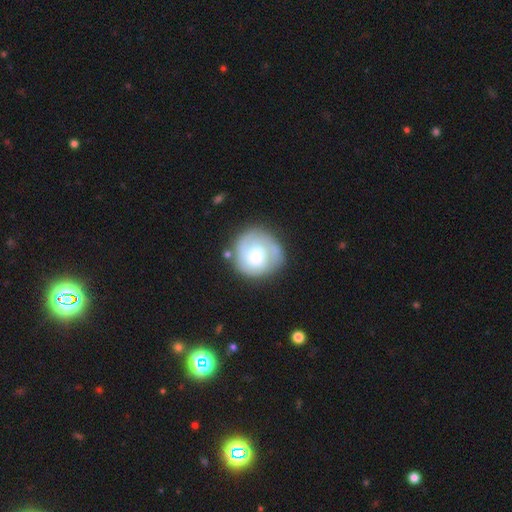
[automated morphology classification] smooth_or_featured: featured or disk (p=0.53) [alt: smooth p=0.40]
disk_edge_on: no (p=0.98) [alt: yes p=0.02]
bar: no (p=0.75) [alt: weak p=0.20]
has_spiral_arms: yes (p=0.71) [alt: no p=0.29]
bulge_size: large (p=0.49) [alt: moderate p=0.30]
merging: none (p=0.68) [alt: minor disturbance p=0.18]